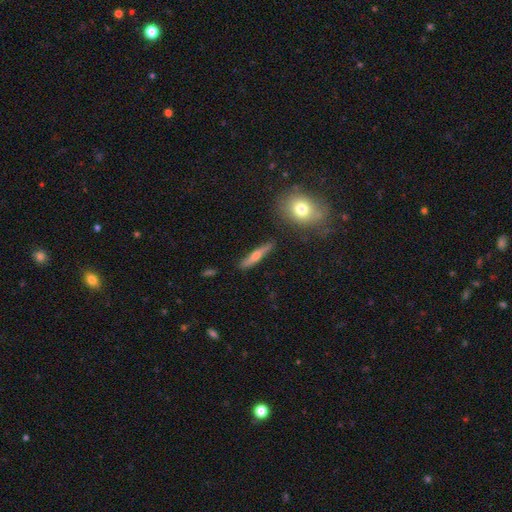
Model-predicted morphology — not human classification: Smooth or featured: featured or disk — 52% (smooth — 41%)
Edge-on disk: yes — 93% (no — 7%)
Merging: none — 87% (minor disturbance — 9%)